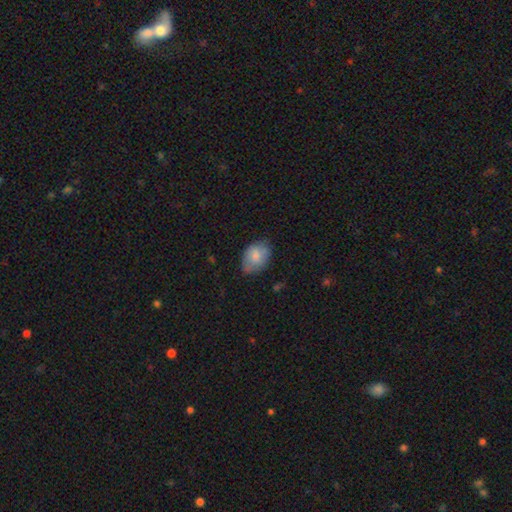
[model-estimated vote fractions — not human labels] This is likely a smooth galaxy (80%). How rounded: likely in between (79%). Merging: likely none (68%).